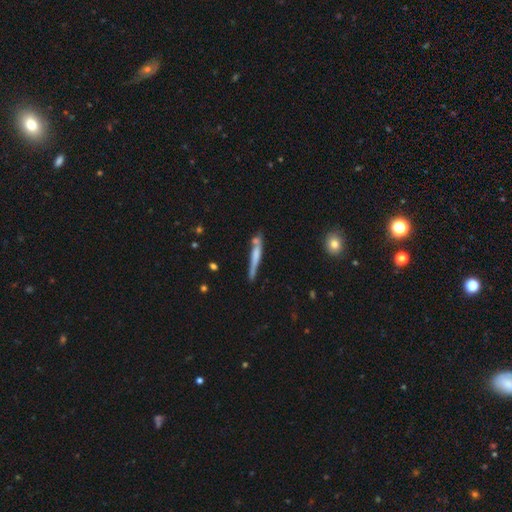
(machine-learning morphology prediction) type=smooth (53%); roundness=cigar-shaped (94%); merging=none (64%).